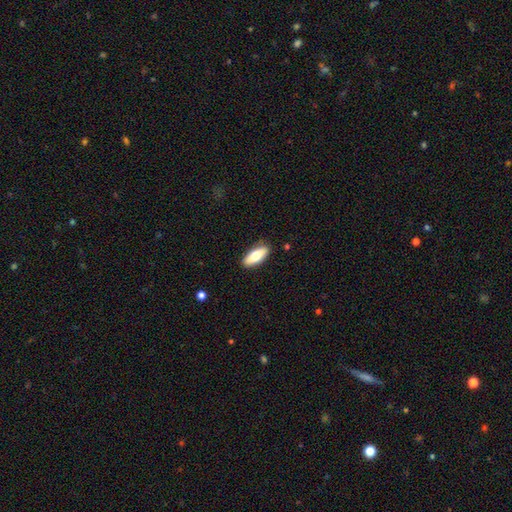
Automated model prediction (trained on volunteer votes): smooth-or-featured: smooth: 67% | featured or disk: 27% | star or artifact: 6%
  how-rounded: in between: 75% | cigar-shaped: 22% | round: 2%
  merging: none: 87% | minor disturbance: 9% | major disturbance: 2% | merger: 1%